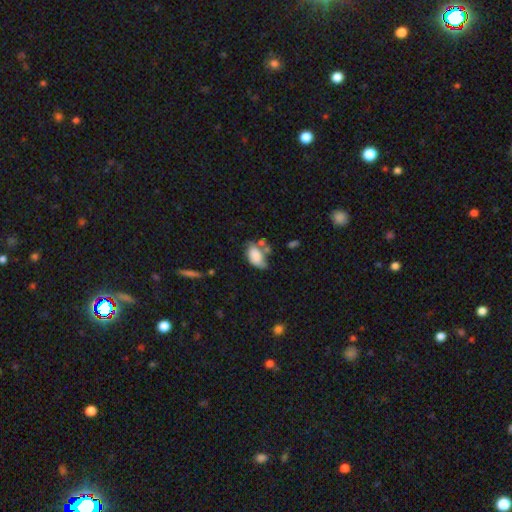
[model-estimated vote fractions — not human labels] Smooth or featured? Predicted: smooth (p=0.77). How rounded? Predicted: in between (p=0.92). Merging? Predicted: none (p=0.37).